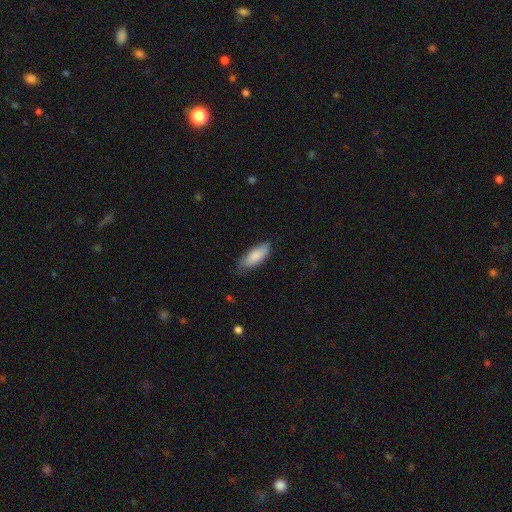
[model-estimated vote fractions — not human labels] This is clearly a smooth galaxy (86%). How rounded: likely in between (74%). Merging: likely none (74%).